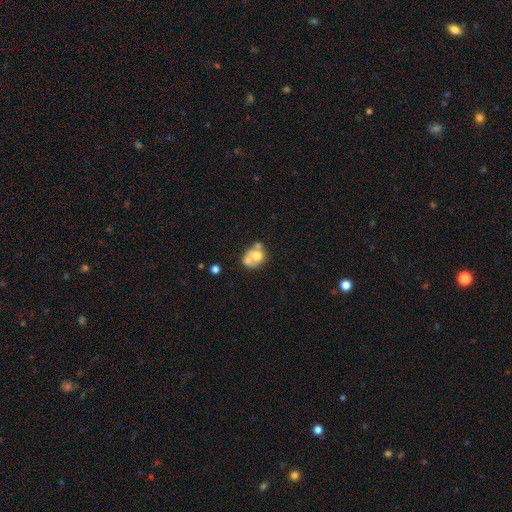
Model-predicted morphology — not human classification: Smooth or featured? Predicted: smooth (p=0.51). How rounded? Predicted: round (p=0.55). Merging? Predicted: merger (p=0.45).